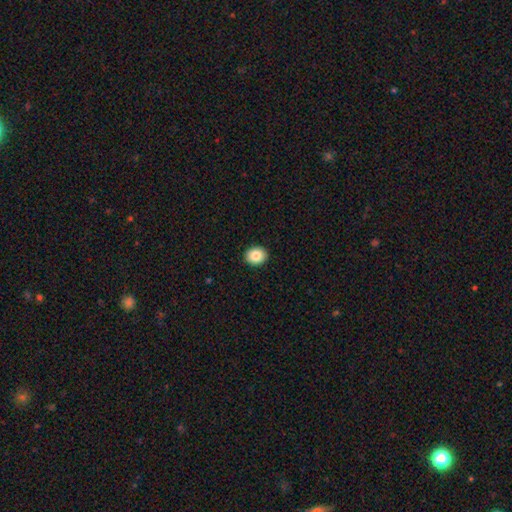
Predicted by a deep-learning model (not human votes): A smooth galaxy with no disk features (86%) that is round (66%). Merging: none (92%).